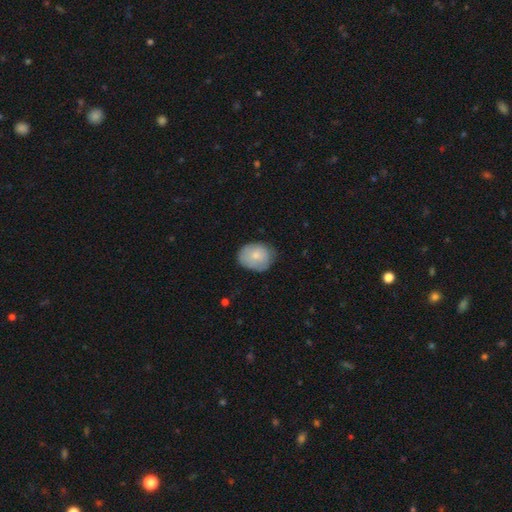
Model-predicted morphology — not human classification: The model was most divided on "how rounded": round: 52%, in between: 47%, cigar-shaped: 1%. More confident: smooth or featured — smooth (74%); merging — none (66%).